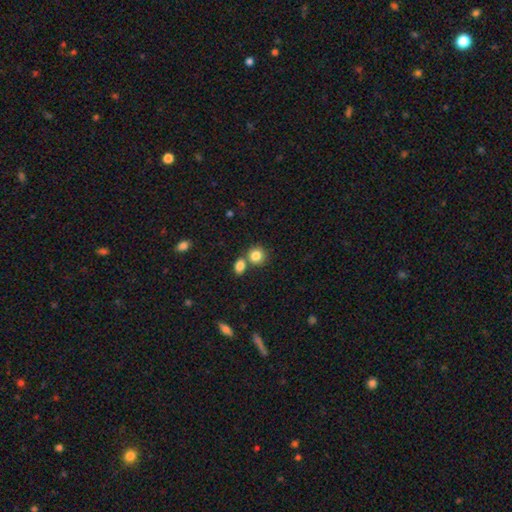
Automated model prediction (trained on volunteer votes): Smooth or featured?
  - smooth: 84% *
  - star or artifact: 10%
  - featured or disk: 7%
How rounded?
  - round: 81% *
  - in between: 18%
  - cigar-shaped: 1%
Merging?
  - none: 58% *
  - merger: 31%
  - minor disturbance: 8%
  - major disturbance: 3%